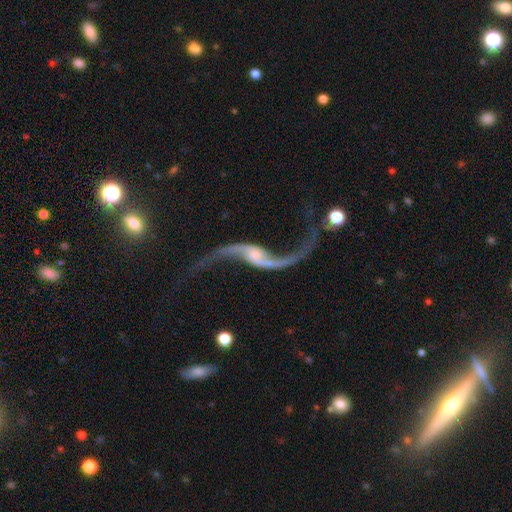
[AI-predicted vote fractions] A featured or disk galaxy (92%) with no bar (49%), 2 (94%) loose (96%) spiral arms (97%) and a small central bulge (55%). Merging: none (65%).